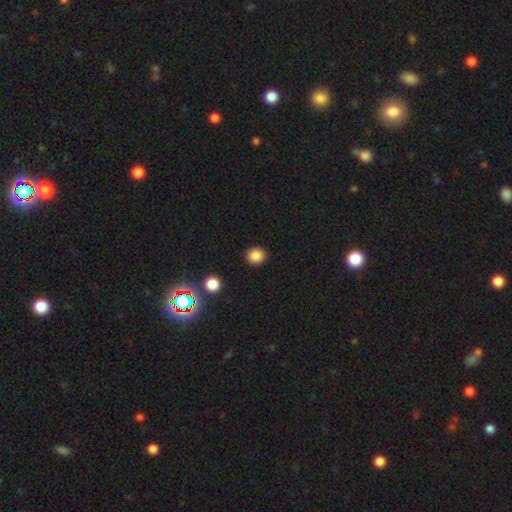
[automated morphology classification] Smooth or featured: smooth — 84% (star or artifact — 12%)
How rounded: round — 84% (in between — 15%)
Merging: none — 91% (minor disturbance — 6%)